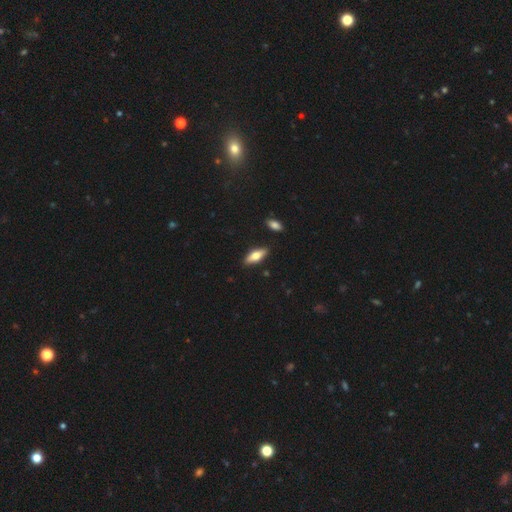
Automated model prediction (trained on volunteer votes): Overall: smooth (64%; featured or disk 30%). How rounded: in between (67%; cigar-shaped 30%). Merging: none (87%).